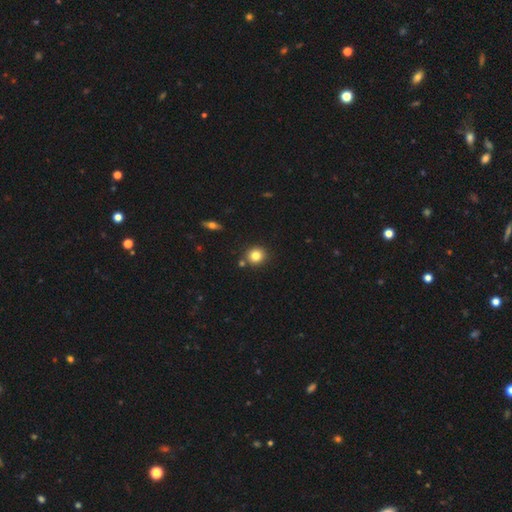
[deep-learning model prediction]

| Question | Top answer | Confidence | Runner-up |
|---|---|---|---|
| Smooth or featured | smooth | 81% | star or artifact (11%) |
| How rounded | round | 89% | in between (10%) |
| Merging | none | 81% | merger (9%) |